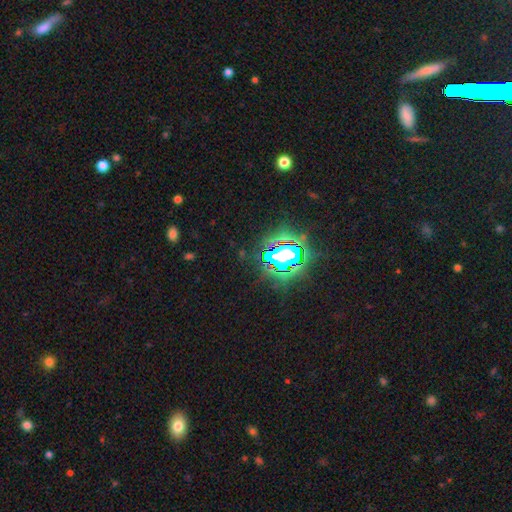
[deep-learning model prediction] The model was most divided on "smooth or featured": star or artifact: 80%, smooth: 12%, featured or disk: 8%.